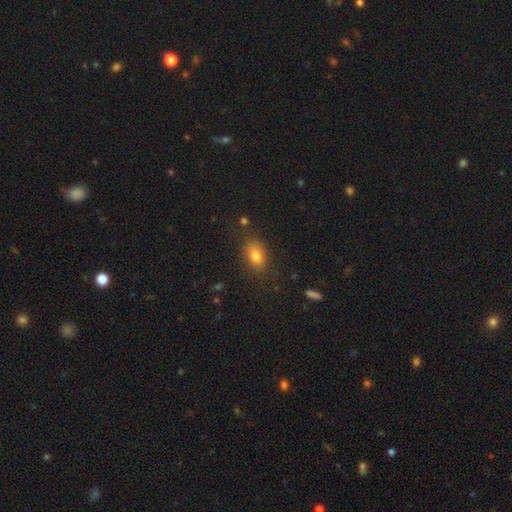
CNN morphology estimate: Smooth or featured? smooth (79%)
How rounded? in between (80%)
Merging? none (81%)